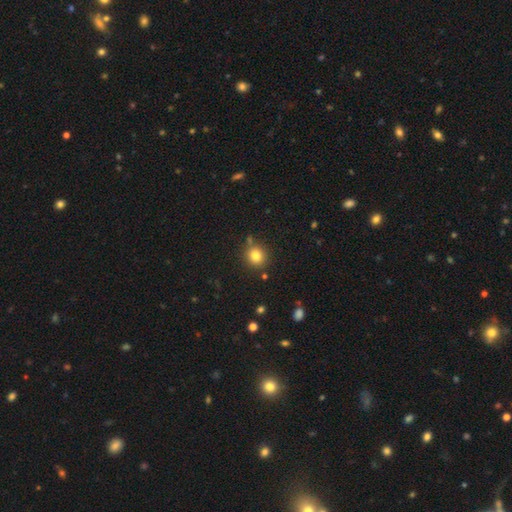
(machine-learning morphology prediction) Overall: smooth (81%). How rounded: round (87%). Merging: none (80%).